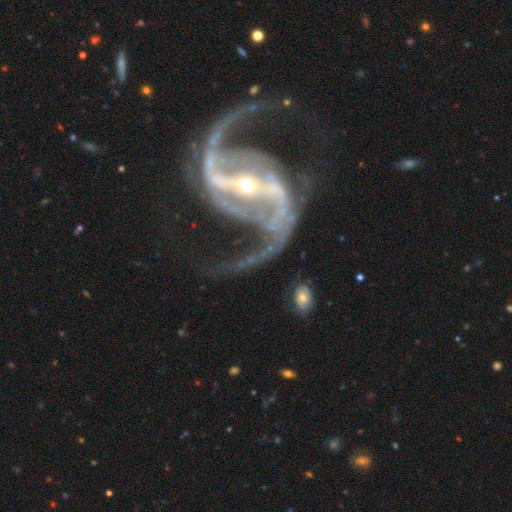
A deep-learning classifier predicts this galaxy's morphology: smooth-or-featured: featured or disk: 94% | star or artifact: 4% | smooth: 2%
  disk-edge-on: no: 98% | yes: 2%
    bar: strong: 80% | weak: 15% | no: 6%
    has-spiral-arms: yes: 98% | no: 2%
      spiral-winding: medium: 46% | loose: 44% | tight: 11%
      spiral-arm-count: 2: 93% | can't tell: 1% | 3: 1% | 1: 1% | 4: 1% | more than 4: 1%
    bulge-size: small: 78% | moderate: 18% | large: 1% | none: 1% | dominant: 1%
  merging: none: 71% | major disturbance: 13% | minor disturbance: 13% | merger: 3%